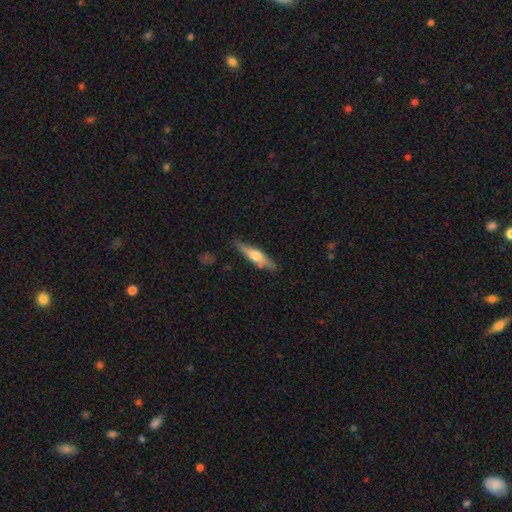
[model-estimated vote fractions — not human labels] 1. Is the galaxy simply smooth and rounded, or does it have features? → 50% featured or disk, 45% smooth, 6% star or artifact.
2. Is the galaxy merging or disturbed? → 82% none, 13% minor disturbance, 3% major disturbance, 2% merger.